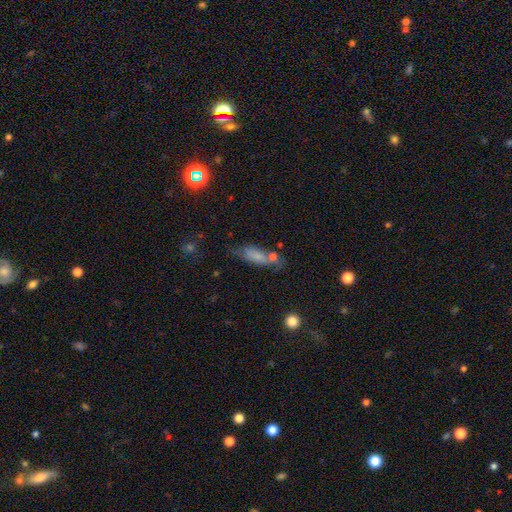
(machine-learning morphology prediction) Overall: smooth (71%). How rounded: in between (64%; cigar-shaped 32%). Merging: none (43%; minor disturbance 25%).